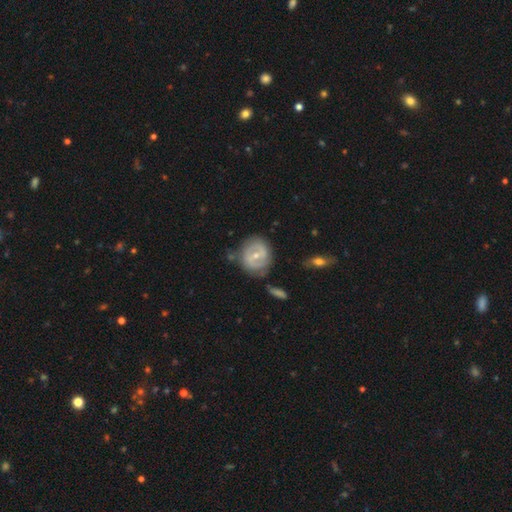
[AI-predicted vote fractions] Q: Smooth or featured?
A: featured or disk (67%); runner-up: smooth (27%)
Q: Edge-on disk?
A: no (95%); runner-up: yes (5%)
Q: Bar?
A: weak (43%); runner-up: no (32%)
Q: Spiral arms?
A: yes (58%); runner-up: no (42%)
Q: Bulge size?
A: small (50%); runner-up: moderate (47%)
Q: Merging?
A: none (66%); runner-up: minor disturbance (21%)